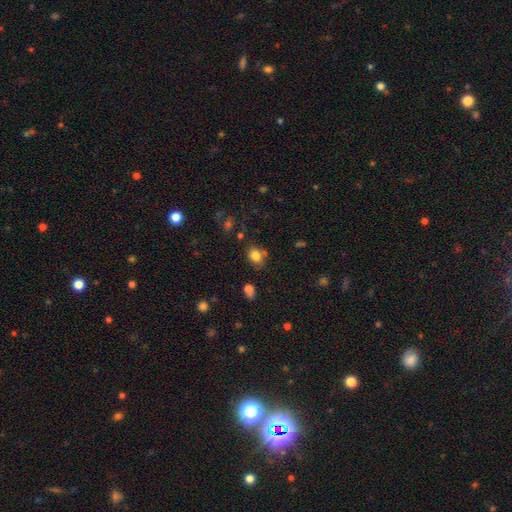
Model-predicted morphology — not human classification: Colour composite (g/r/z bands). It shows a smooth galaxy with no disk features (80%) that is in between round and cigar-shaped (50%). Merging: none (69%).